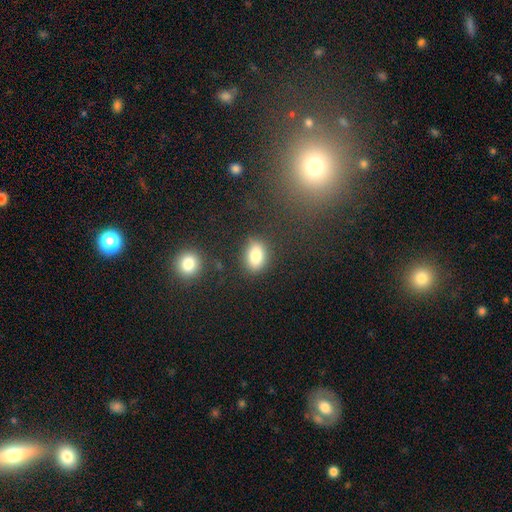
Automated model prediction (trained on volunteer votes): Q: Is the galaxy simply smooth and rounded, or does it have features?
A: smooth — 80%.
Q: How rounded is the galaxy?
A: in between — 76%.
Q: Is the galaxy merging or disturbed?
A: none — 80%.